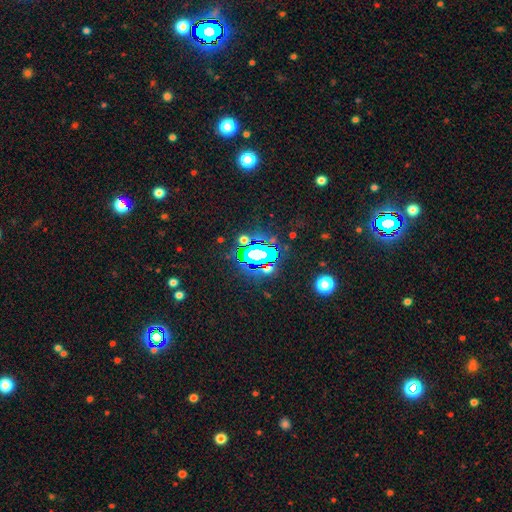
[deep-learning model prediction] star or artifact 64%, smooth 21%, featured or disk 15%.